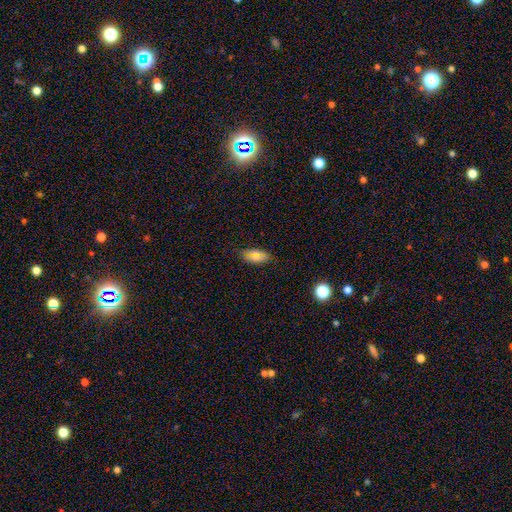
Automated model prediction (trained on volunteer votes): The model was most divided on "smooth or featured": smooth: 70%, star or artifact: 16%, featured or disk: 14%. More confident: how rounded — in between (87%); merging — none (83%).